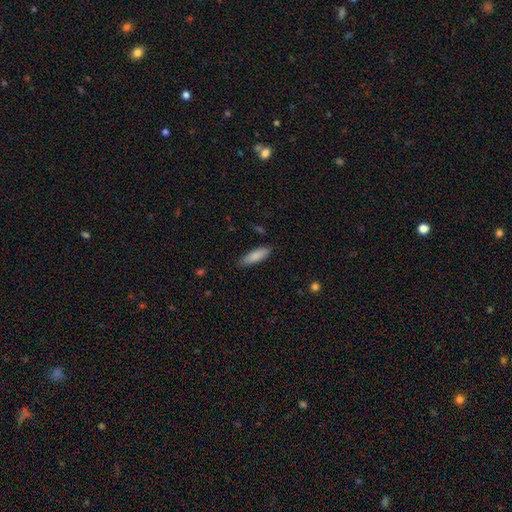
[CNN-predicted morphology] Smooth or featured?
  - smooth: 86% *
  - featured or disk: 8%
  - star or artifact: 6%
How rounded?
  - in between: 53% *
  - cigar-shaped: 46%
  - round: 2%
Merging?
  - none: 84% *
  - minor disturbance: 13%
  - major disturbance: 2%
  - merger: 1%